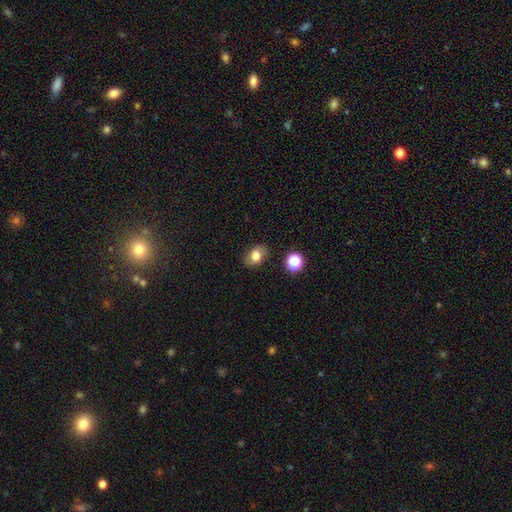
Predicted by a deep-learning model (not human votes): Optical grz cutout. It shows a smooth galaxy with no disk features (74%) that is in between round and cigar-shaped (75%). Merging: none (83%).